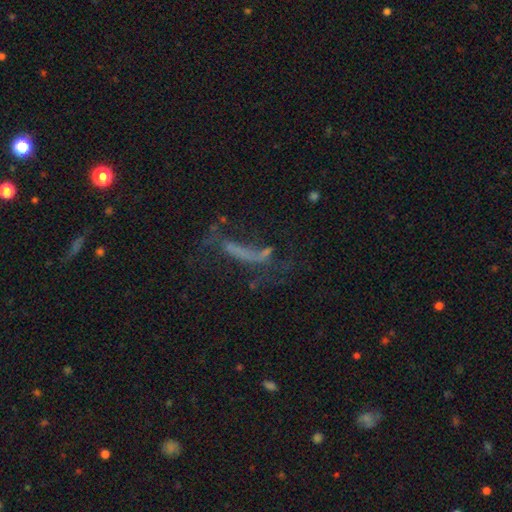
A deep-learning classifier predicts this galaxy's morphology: Overall: featured or disk (46%; smooth 34%). Merging: major disturbance (41%; none 33%).